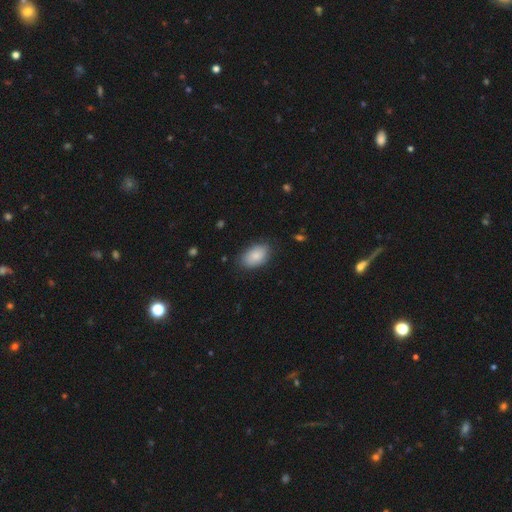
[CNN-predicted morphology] smooth_or_featured: smooth (p=0.85) [alt: featured or disk p=0.09]
how_rounded: in between (p=0.91) [alt: round p=0.08]
merging: none (p=0.79) [alt: minor disturbance p=0.16]